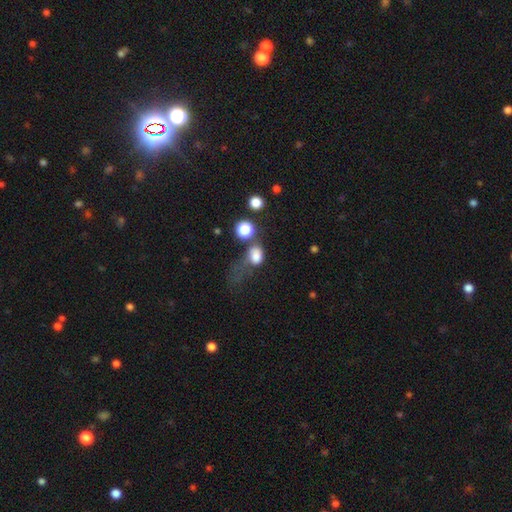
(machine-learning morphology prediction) Smooth or featured?
  - smooth: 76% *
  - star or artifact: 13%
  - featured or disk: 12%
How rounded?
  - in between: 59% *
  - round: 39%
  - cigar-shaped: 2%
Merging?
  - major disturbance: 38% *
  - none: 23%
  - merger: 20%
  - minor disturbance: 19%